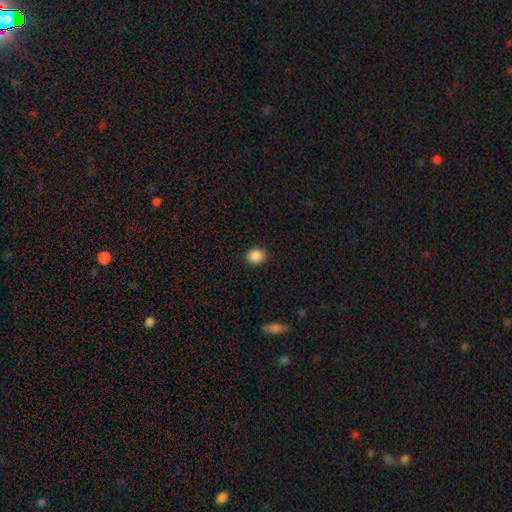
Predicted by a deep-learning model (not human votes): The model was most divided on "how rounded": round: 59%, in between: 40%, cigar-shaped: 1%. More confident: merging — none (90%); smooth or featured — smooth (88%).